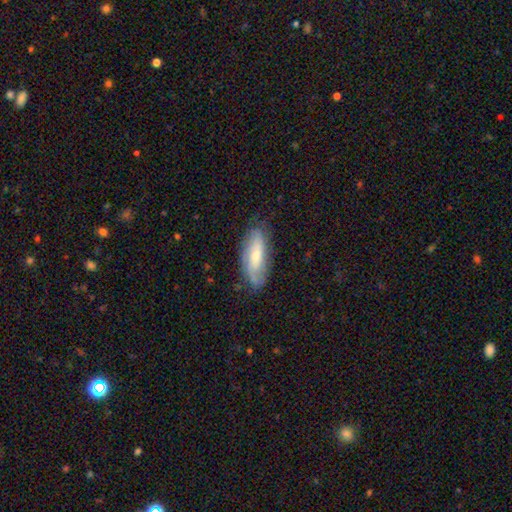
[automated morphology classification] The model was most divided on "smooth or featured": smooth: 47%, featured or disk: 46%, star or artifact: 7%. More confident: merging — none (72%).